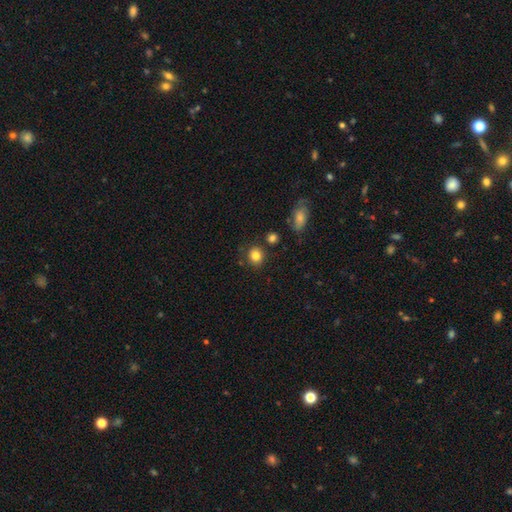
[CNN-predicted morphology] Smooth or featured?
  - smooth: 83% *
  - star or artifact: 11%
  - featured or disk: 6%
How rounded?
  - round: 78% *
  - in between: 21%
  - cigar-shaped: 1%
Merging?
  - none: 81% *
  - minor disturbance: 11%
  - merger: 5%
  - major disturbance: 3%